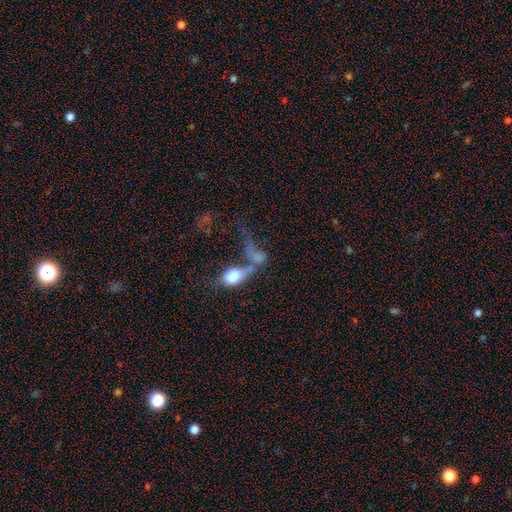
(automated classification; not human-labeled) Smooth or featured? Predicted: smooth (p=0.55). How rounded? Predicted: in between (p=0.57). Merging? Predicted: merger (p=0.50).